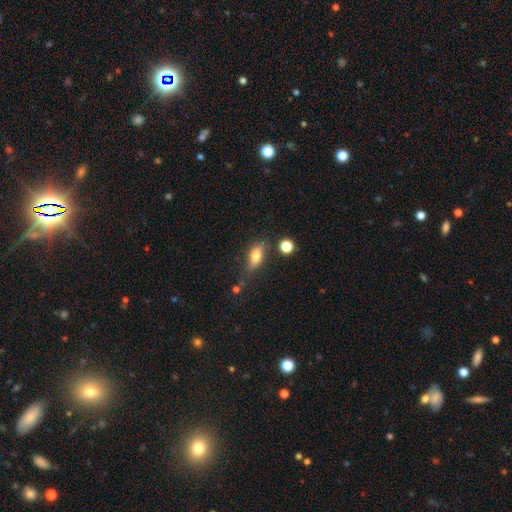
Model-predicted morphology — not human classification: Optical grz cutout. It shows a smooth galaxy with no disk features (69%) that is in between round and cigar-shaped (76%). Merging: none (66%).